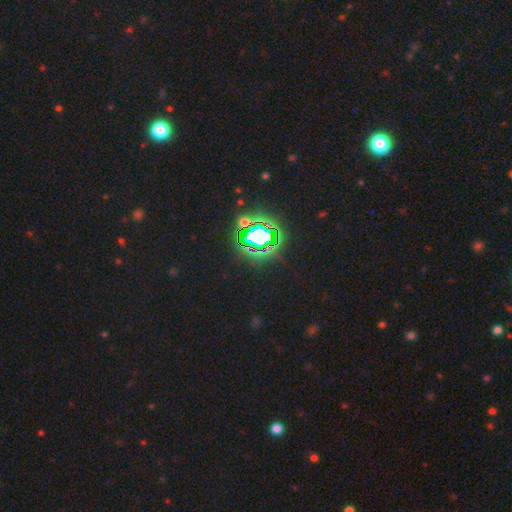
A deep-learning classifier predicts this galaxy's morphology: Smooth or featured? star or artifact (83%)